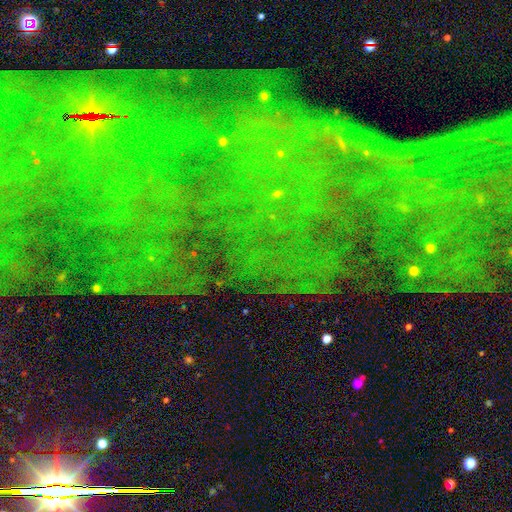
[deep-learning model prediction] A star or artifact, not a galaxy (79%).

Vote fractions:
- Smooth or featured? star or artifact: 79% / featured or disk: 12% / smooth: 9%